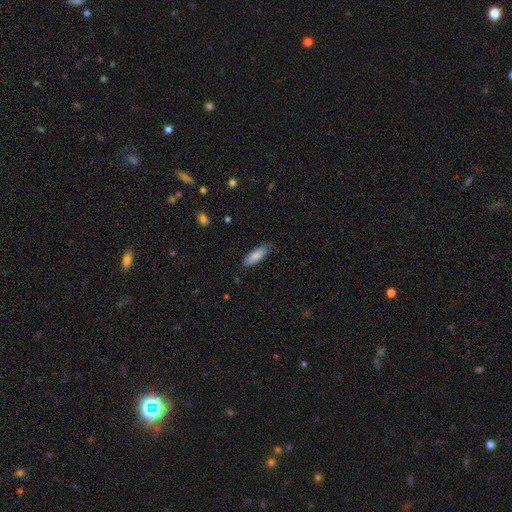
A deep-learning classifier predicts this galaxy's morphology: Smooth or featured? Predicted: smooth (p=0.84). How rounded? Predicted: in between (p=0.53). Merging? Predicted: none (p=0.77).